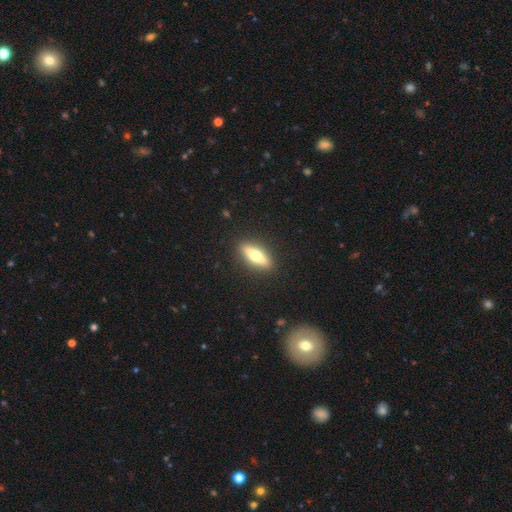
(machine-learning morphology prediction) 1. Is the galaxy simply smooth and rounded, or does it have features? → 57% smooth, 37% featured or disk, 6% star or artifact.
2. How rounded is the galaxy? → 52% cigar-shaped, 45% in between, 3% round.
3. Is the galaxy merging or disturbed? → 89% none, 7% minor disturbance, 2% major disturbance, 1% merger.